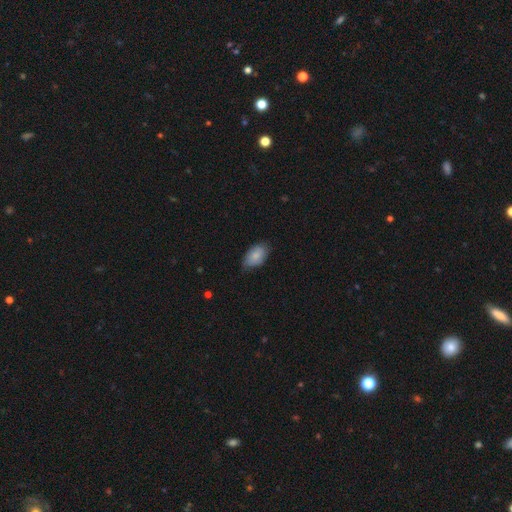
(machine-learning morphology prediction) smooth_or_featured: smooth (p=0.82) [alt: featured or disk p=0.11]
how_rounded: in between (p=0.93) [alt: round p=0.06]
merging: none (p=0.66) [alt: minor disturbance p=0.29]